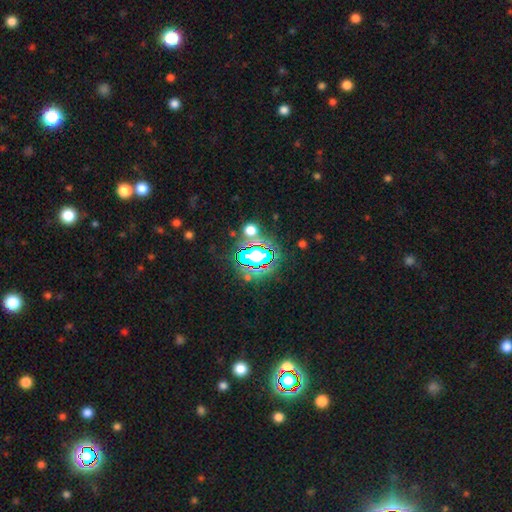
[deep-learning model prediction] Overall: star or artifact (63%; smooth 24%).